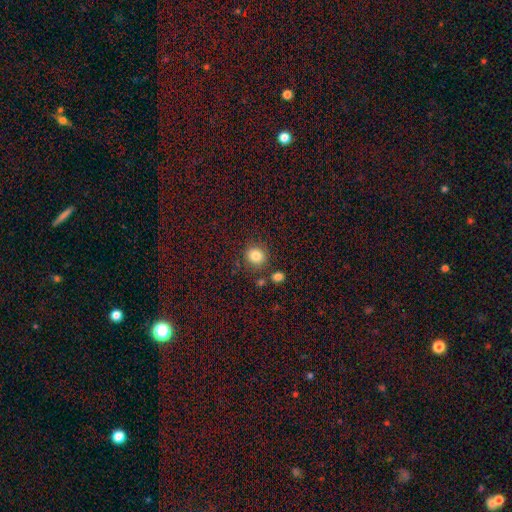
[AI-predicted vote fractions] smooth_or_featured: smooth (p=0.84) [alt: star or artifact p=0.11]
how_rounded: round (p=0.86) [alt: in between p=0.13]
merging: none (p=0.81) [alt: minor disturbance p=0.09]